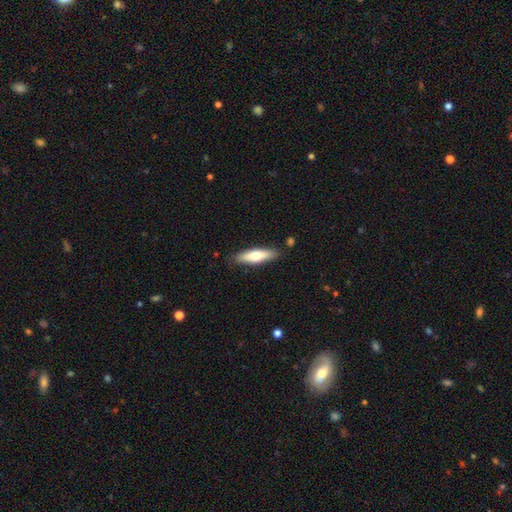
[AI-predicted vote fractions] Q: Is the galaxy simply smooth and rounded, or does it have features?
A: smooth — 63%.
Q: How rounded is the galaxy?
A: cigar-shaped — 65%.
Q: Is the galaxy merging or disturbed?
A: none — 85%.